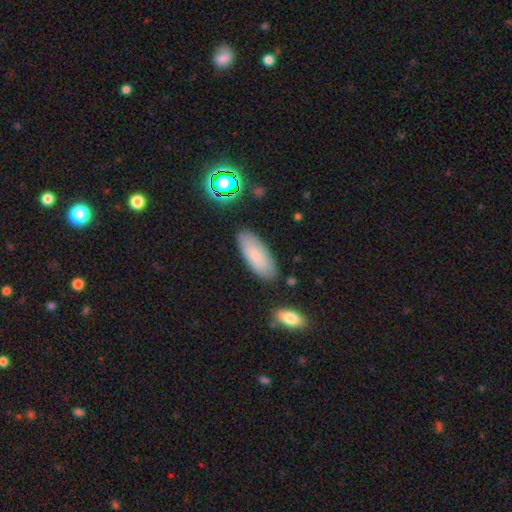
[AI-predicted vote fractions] Smooth or featured?
  - smooth: 76% *
  - featured or disk: 16%
  - star or artifact: 8%
How rounded?
  - in between: 81% *
  - cigar-shaped: 17%
  - round: 2%
Merging?
  - none: 81% *
  - minor disturbance: 13%
  - major disturbance: 3%
  - merger: 3%